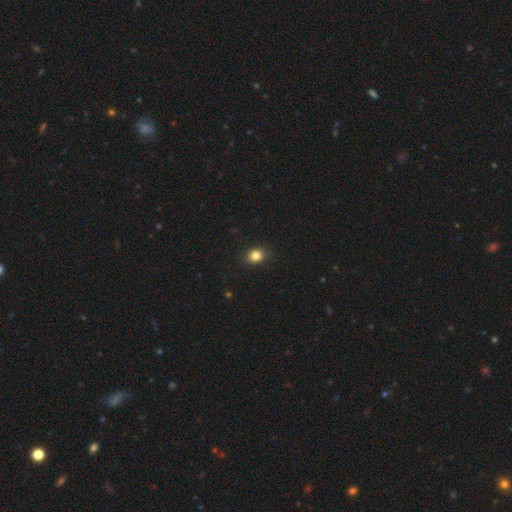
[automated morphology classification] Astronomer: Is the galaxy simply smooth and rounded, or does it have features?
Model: smooth — 84%.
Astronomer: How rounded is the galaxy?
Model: round — 61% (runner-up: in between, 38%).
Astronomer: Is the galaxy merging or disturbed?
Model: none — 90%.